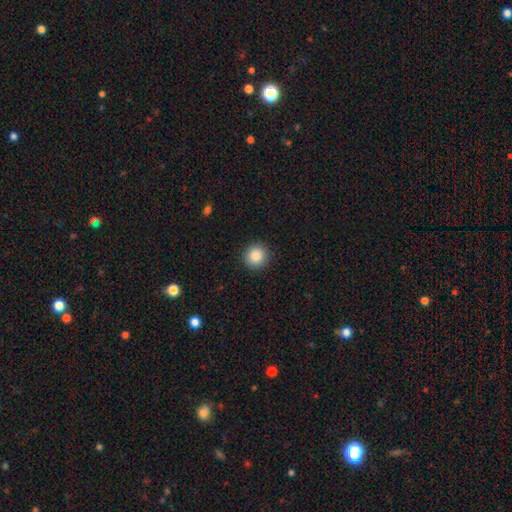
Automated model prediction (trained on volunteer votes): smooth-or-featured: smooth: 86% | star or artifact: 9% | featured or disk: 5%
  how-rounded: round: 93% | in between: 6% | cigar-shaped: 1%
  merging: none: 91% | minor disturbance: 6% | major disturbance: 2% | merger: 1%